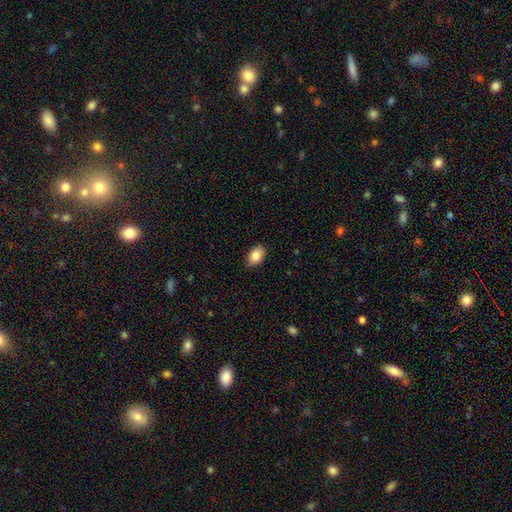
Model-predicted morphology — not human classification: A smooth galaxy with no disk features (84%) that is in between round and cigar-shaped (88%).

Vote fractions:
- Smooth or featured? smooth: 84% / featured or disk: 8% / star or artifact: 7%
- How rounded? in between: 88% / round: 11% / cigar-shaped: 1%
- Merging? none: 87% / minor disturbance: 10% / major disturbance: 2% / merger: 1%